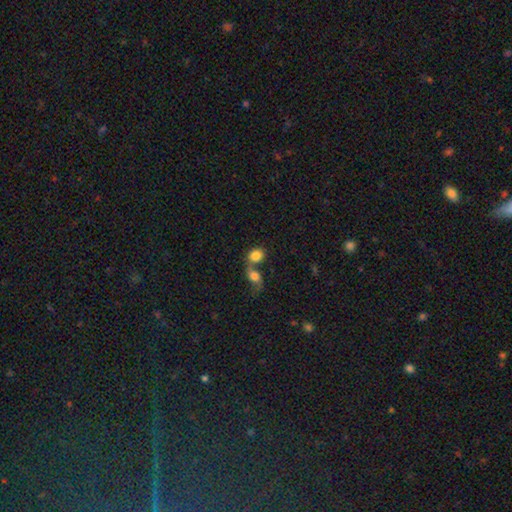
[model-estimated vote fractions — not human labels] Overall: smooth (80%). How rounded: round (49%, tied with in between). Merging: merger (63%; none 25%).